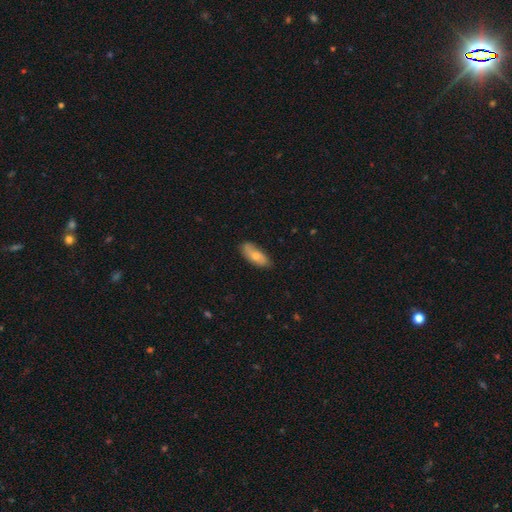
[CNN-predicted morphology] This is likely a smooth galaxy (64%). How rounded: clearly in between (81%). Merging: likely none (76%).